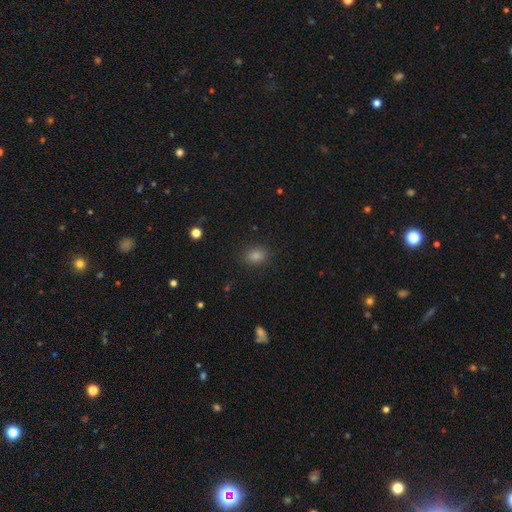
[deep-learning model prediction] Smooth or featured?
  - smooth: 78% *
  - star or artifact: 16%
  - featured or disk: 5%
How rounded?
  - in between: 63% *
  - round: 36%
  - cigar-shaped: 1%
Merging?
  - none: 88% *
  - minor disturbance: 8%
  - major disturbance: 3%
  - merger: 1%